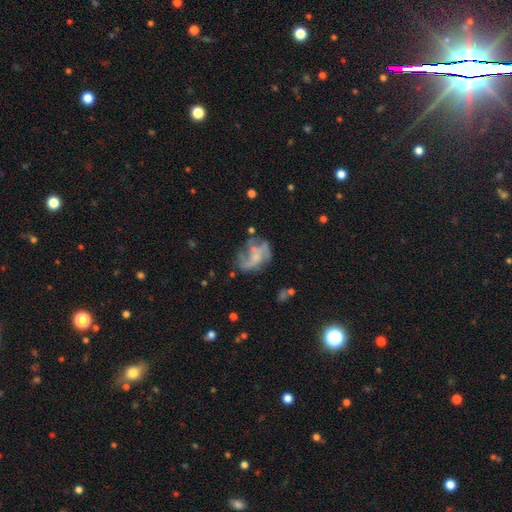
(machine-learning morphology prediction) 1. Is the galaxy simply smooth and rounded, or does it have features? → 65% featured or disk, 24% smooth, 11% star or artifact.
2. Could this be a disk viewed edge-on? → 98% no, 2% yes.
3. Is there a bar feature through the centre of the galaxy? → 74% no, 22% weak, 5% strong.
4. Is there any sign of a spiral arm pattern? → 58% yes, 42% no.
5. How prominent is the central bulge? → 41% none, 32% small, 21% moderate, 4% large, 1% dominant.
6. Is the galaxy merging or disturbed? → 42% none, 29% major disturbance, 21% minor disturbance, 8% merger.